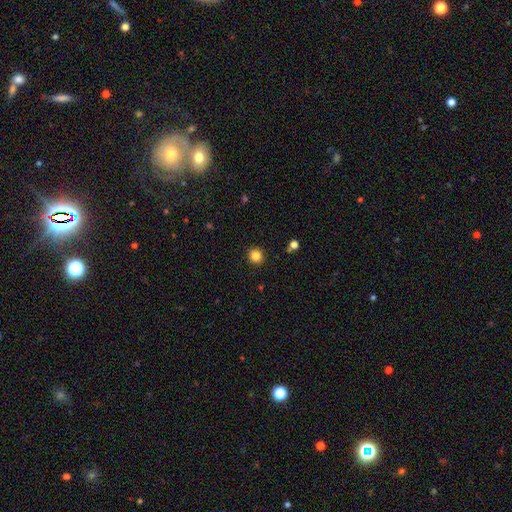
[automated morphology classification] smooth-or-featured: smooth: 85% | star or artifact: 11% | featured or disk: 4%
  how-rounded: round: 93% | in between: 6% | cigar-shaped: 1%
  merging: none: 92% | minor disturbance: 5% | major disturbance: 2% | merger: 1%